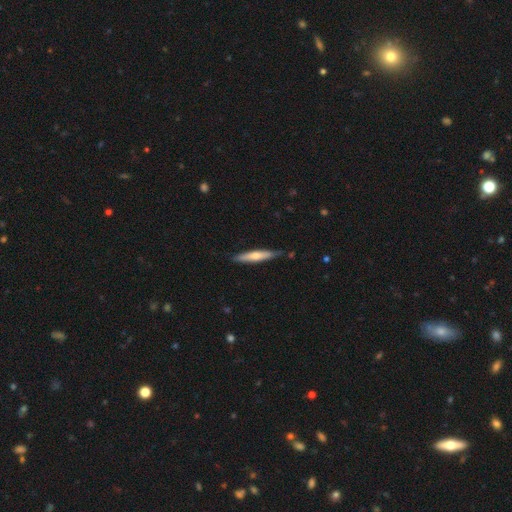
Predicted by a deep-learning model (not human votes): Smooth or featured? Predicted: smooth (p=0.54). How rounded? Predicted: cigar-shaped (p=0.90). Merging? Predicted: none (p=0.82).